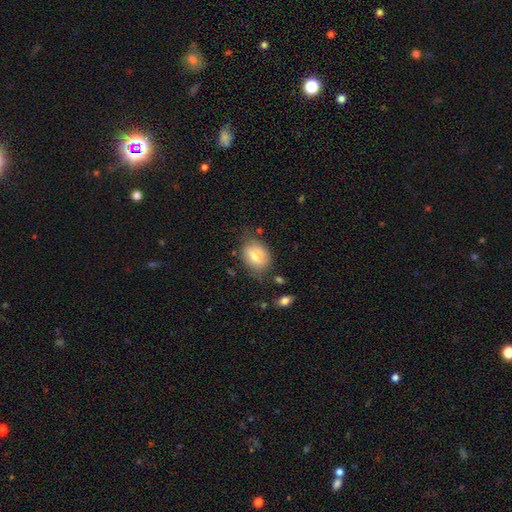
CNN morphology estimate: Q: Smooth or featured?
A: smooth (75%); runner-up: featured or disk (17%)
Q: How rounded?
A: in between (64%); runner-up: round (35%)
Q: Merging?
A: none (66%); runner-up: minor disturbance (24%)